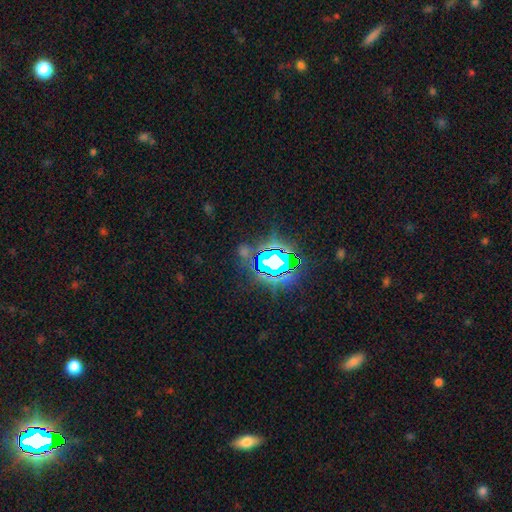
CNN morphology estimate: A star or artifact, not a galaxy (81%).

Vote fractions:
- Smooth or featured? star or artifact: 81% / smooth: 12% / featured or disk: 7%